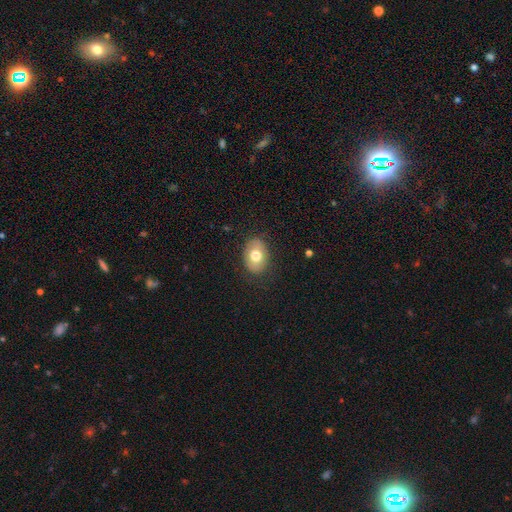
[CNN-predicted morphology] Smooth or featured?
  - smooth: 73% *
  - featured or disk: 19%
  - star or artifact: 8%
How rounded?
  - in between: 77% *
  - round: 22%
  - cigar-shaped: 1%
Merging?
  - none: 82% *
  - minor disturbance: 13%
  - major disturbance: 4%
  - merger: 1%